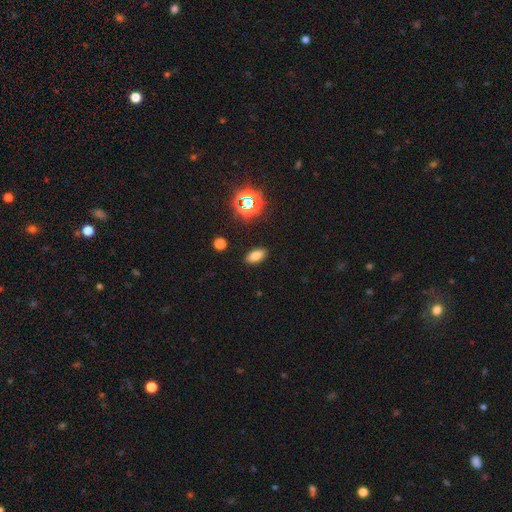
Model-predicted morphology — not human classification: A smooth galaxy with no disk features (75%) that is in between round and cigar-shaped (86%).

Vote fractions:
- Smooth or featured? smooth: 75% / star or artifact: 16% / featured or disk: 8%
- How rounded? in between: 86% / cigar-shaped: 8% / round: 6%
- Merging? none: 88% / minor disturbance: 8% / major disturbance: 2% / merger: 1%